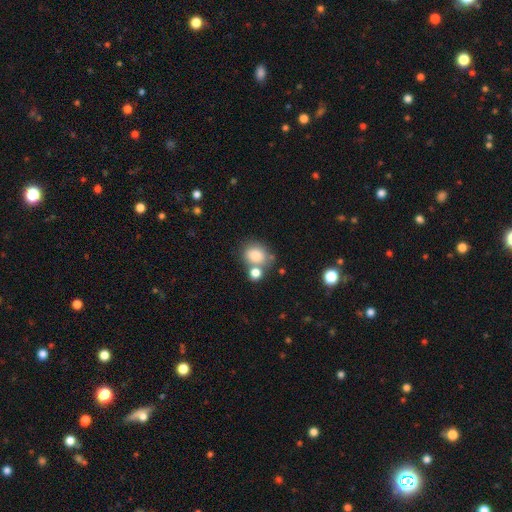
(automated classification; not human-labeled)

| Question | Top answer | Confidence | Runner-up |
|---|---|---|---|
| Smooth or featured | smooth | 82% | star or artifact (10%) |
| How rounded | round | 54% | in between (45%) |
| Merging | none | 50% | merger (30%) |